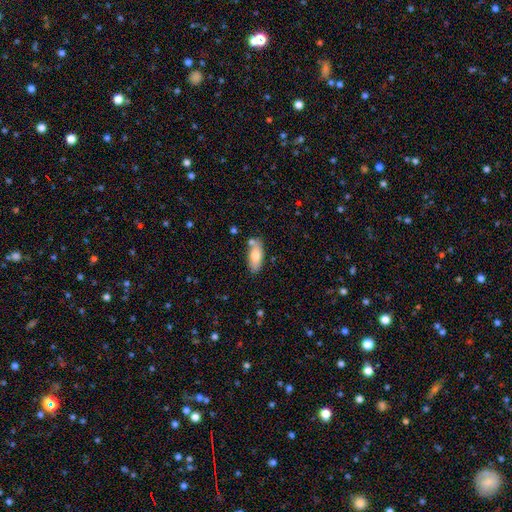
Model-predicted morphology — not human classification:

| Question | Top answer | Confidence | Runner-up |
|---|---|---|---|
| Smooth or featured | smooth | 78% | featured or disk (16%) |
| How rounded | in between | 81% | cigar-shaped (17%) |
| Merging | none | 75% | minor disturbance (14%) |